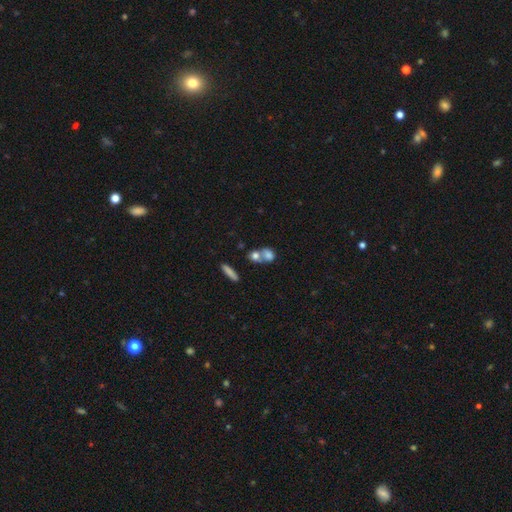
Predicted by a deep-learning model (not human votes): Q: Smooth or featured?
A: smooth (71%); runner-up: featured or disk (19%)
Q: How rounded?
A: round (49%); runner-up: in between (45%)
Q: Merging?
A: merger (53%); runner-up: none (33%)